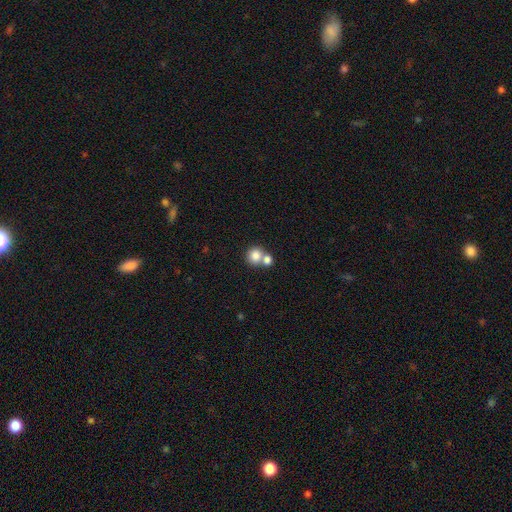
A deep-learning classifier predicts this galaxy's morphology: A smooth galaxy with no disk features (82%) that is round (83%).

Vote fractions:
- Smooth or featured? smooth: 82% / star or artifact: 10% / featured or disk: 8%
- How rounded? round: 83% / in between: 16% / cigar-shaped: 1%
- Merging? merger: 47% / none: 43% / minor disturbance: 7% / major disturbance: 3%